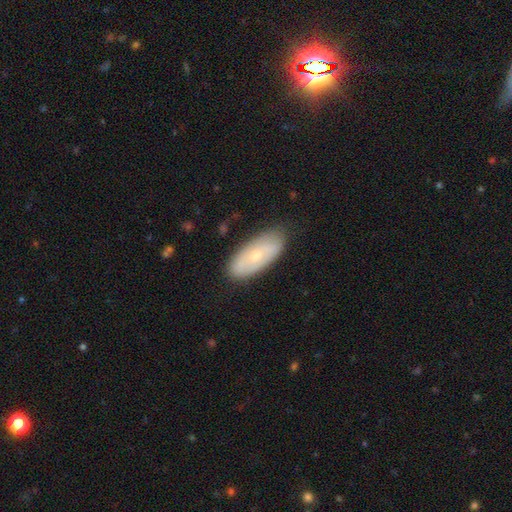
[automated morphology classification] smooth-or-featured: smooth: 55% | featured or disk: 39% | star or artifact: 6%
  how-rounded: in between: 86% | cigar-shaped: 11% | round: 3%
  merging: none: 80% | minor disturbance: 16% | major disturbance: 3% | merger: 1%